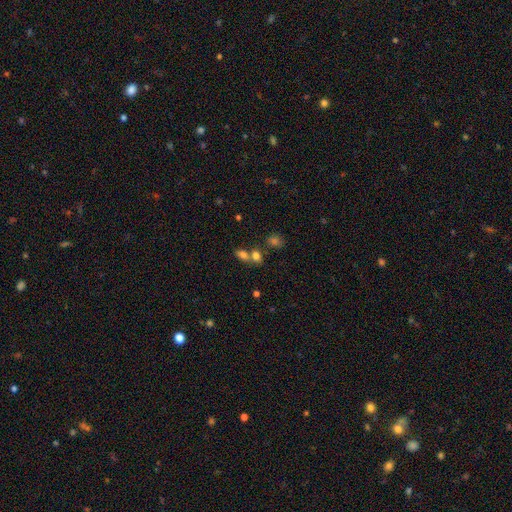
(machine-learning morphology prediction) type=smooth (76%); roundness=in between (63%); merging=merger (45%).